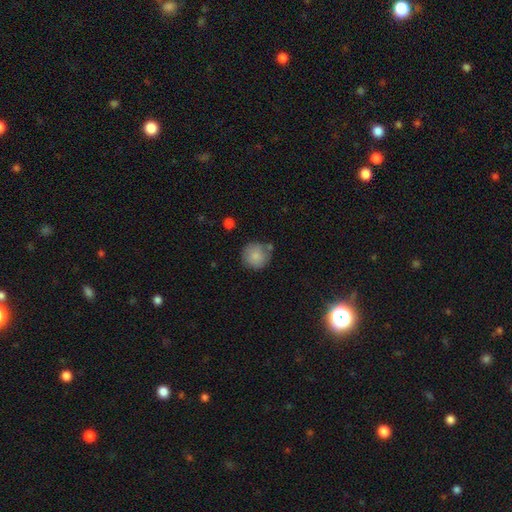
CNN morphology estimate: This appears to be a smooth galaxy with no disk features (84%) that is round (93%). Merging: none (68%).